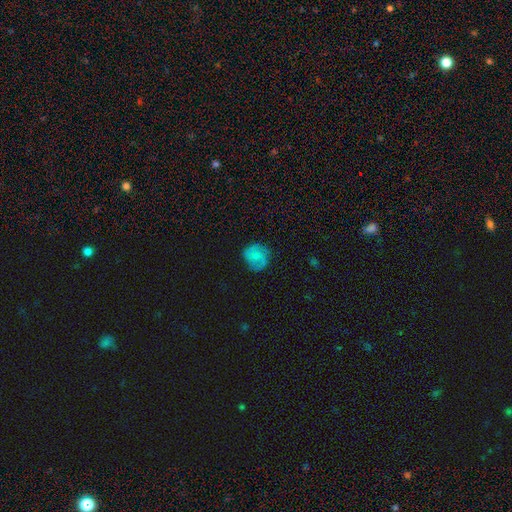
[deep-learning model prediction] This appears to be a smooth galaxy with no disk features (56%) that is round (84%). Merging: none (73%).